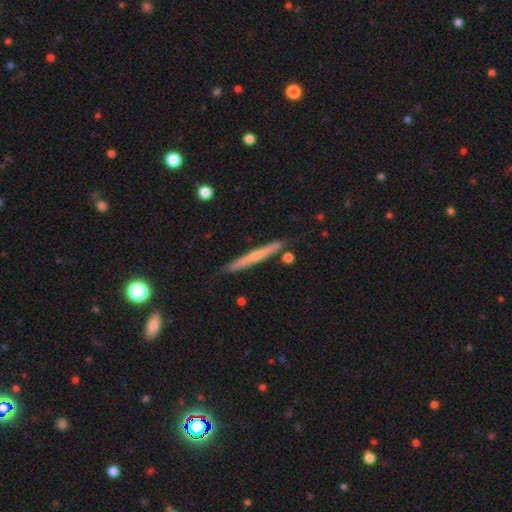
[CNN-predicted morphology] Smooth or featured: smooth — 49% (featured or disk — 45%)
Merging: none — 85% (minor disturbance — 10%)